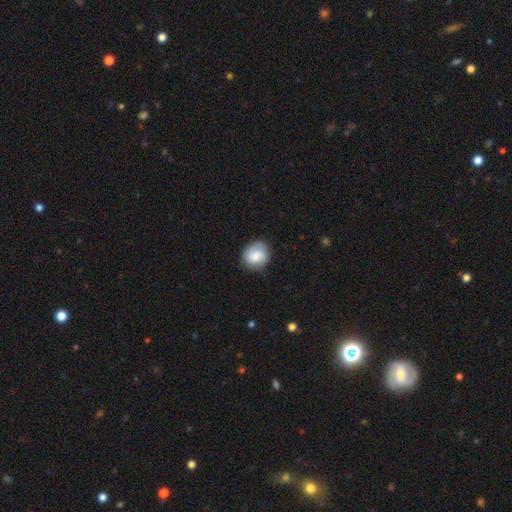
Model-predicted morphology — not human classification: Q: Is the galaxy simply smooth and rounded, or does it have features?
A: smooth — 74%.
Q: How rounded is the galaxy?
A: round — 77%.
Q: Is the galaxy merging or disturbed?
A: none — 77%.